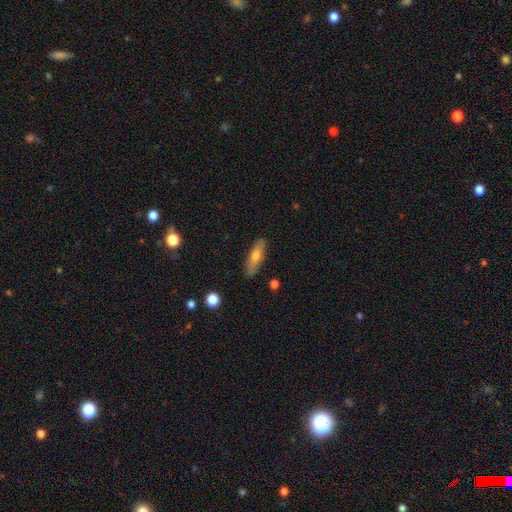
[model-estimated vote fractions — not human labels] The model was most divided on "how rounded": cigar-shaped: 57%, in between: 40%, round: 3%. More confident: merging — none (86%); smooth or featured — smooth (63%).